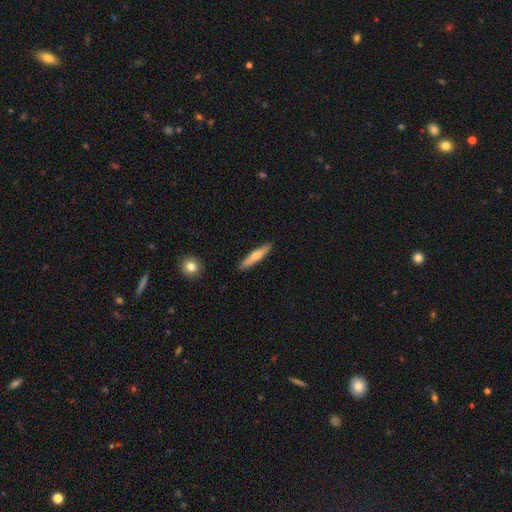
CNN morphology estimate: A smooth galaxy with no disk features (55%) that is cigar-shaped (89%). Merging: none (90%).